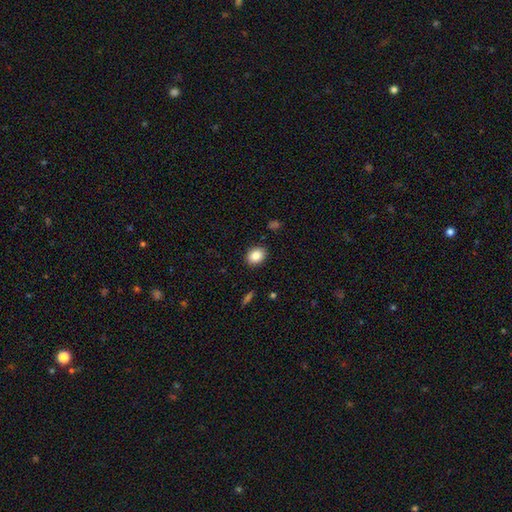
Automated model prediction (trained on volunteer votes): smooth-or-featured: smooth: 86% | star or artifact: 9% | featured or disk: 6%
  how-rounded: in between: 50% | round: 49% | cigar-shaped: 1%
  merging: none: 89% | minor disturbance: 8% | major disturbance: 2% | merger: 1%